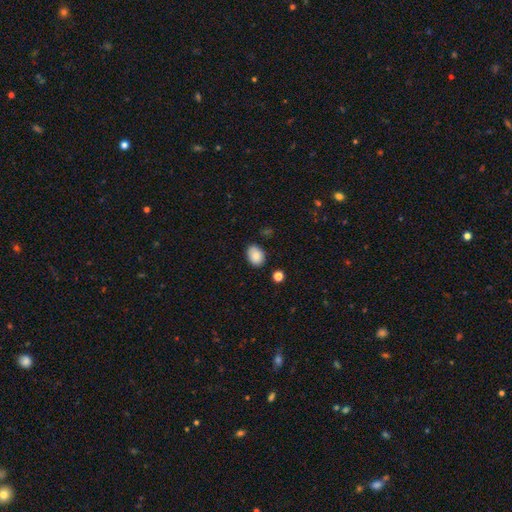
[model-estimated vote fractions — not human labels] smooth-or-featured: smooth: 85% | star or artifact: 8% | featured or disk: 7%
  how-rounded: in between: 73% | round: 26% | cigar-shaped: 1%
  merging: none: 81% | minor disturbance: 14% | major disturbance: 2% | merger: 2%